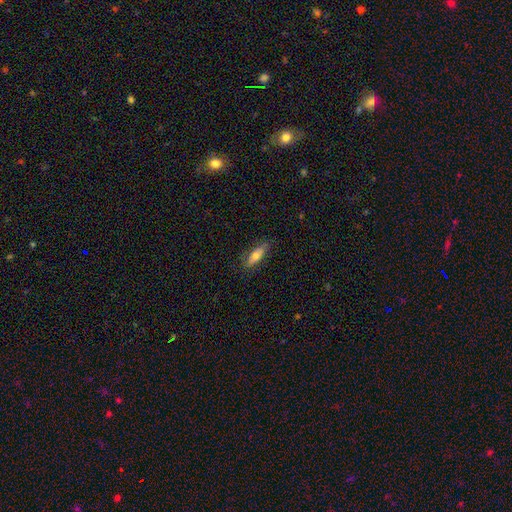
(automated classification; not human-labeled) The model was most divided on "how rounded": in between: 55%, cigar-shaped: 43%, round: 2%. More confident: merging — none (77%); smooth or featured — smooth (66%).